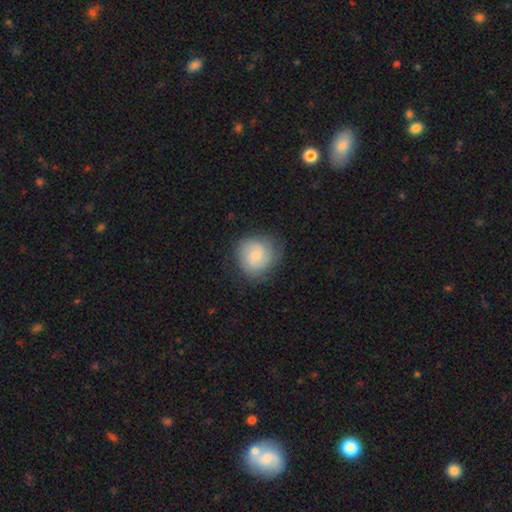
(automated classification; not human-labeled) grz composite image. It shows a smooth galaxy with no disk features (55%) that is round (86%). Merging: none (77%).